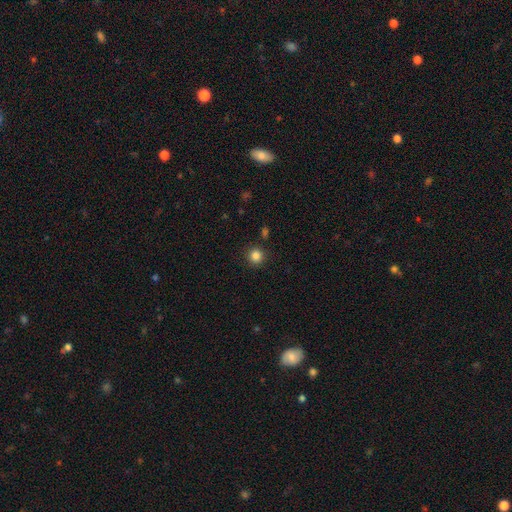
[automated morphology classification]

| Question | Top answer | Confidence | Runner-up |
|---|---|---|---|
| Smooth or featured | smooth | 85% | star or artifact (11%) |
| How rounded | round | 92% | in between (7%) |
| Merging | none | 89% | minor disturbance (7%) |